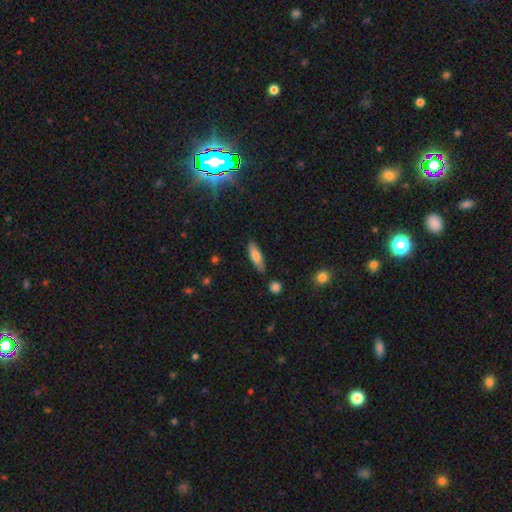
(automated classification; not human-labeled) A smooth galaxy with no disk features (75%) that is cigar-shaped (52%).

Vote fractions:
- Smooth or featured? smooth: 75% / featured or disk: 19% / star or artifact: 7%
- How rounded? cigar-shaped: 52% / in between: 46% / round: 2%
- Merging? none: 84% / minor disturbance: 11% / merger: 2% / major disturbance: 2%